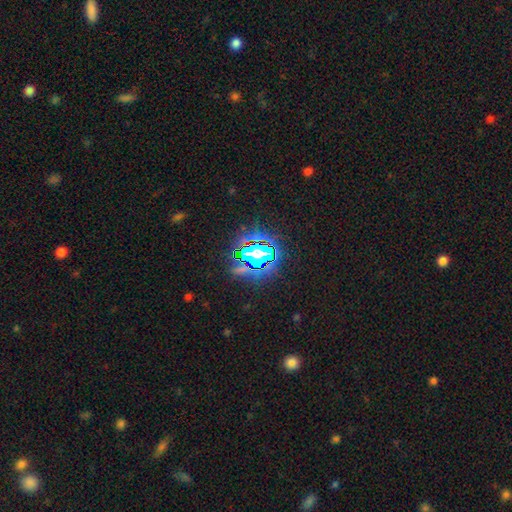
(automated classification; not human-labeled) star or artifact 78%, smooth 14%, featured or disk 8%.